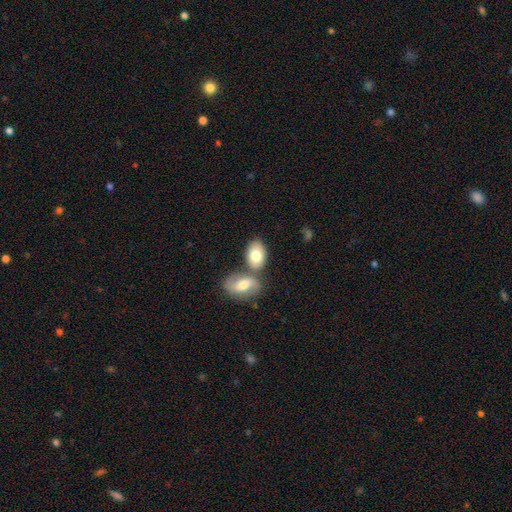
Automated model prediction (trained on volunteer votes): Smooth or featured?
  - smooth: 72% *
  - featured or disk: 23%
  - star or artifact: 6%
How rounded?
  - in between: 90% *
  - round: 8%
  - cigar-shaped: 2%
Merging?
  - none: 49% *
  - merger: 38%
  - minor disturbance: 11%
  - major disturbance: 3%